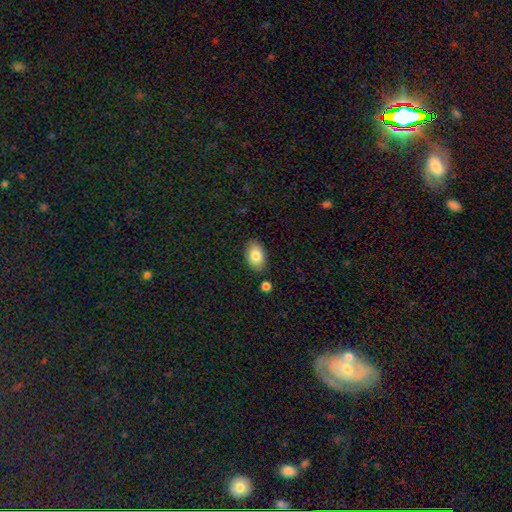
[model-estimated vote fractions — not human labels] Q: Smooth or featured?
A: smooth (83%); runner-up: featured or disk (10%)
Q: How rounded?
A: in between (89%); runner-up: round (9%)
Q: Merging?
A: none (84%); runner-up: minor disturbance (11%)